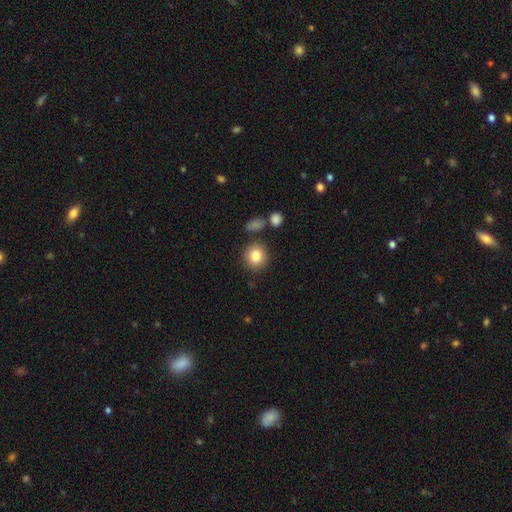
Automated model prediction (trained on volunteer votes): The model was most divided on "how rounded": round: 86%, in between: 13%, cigar-shaped: 1%. More confident: smooth or featured — smooth (83%); merging — none (83%).